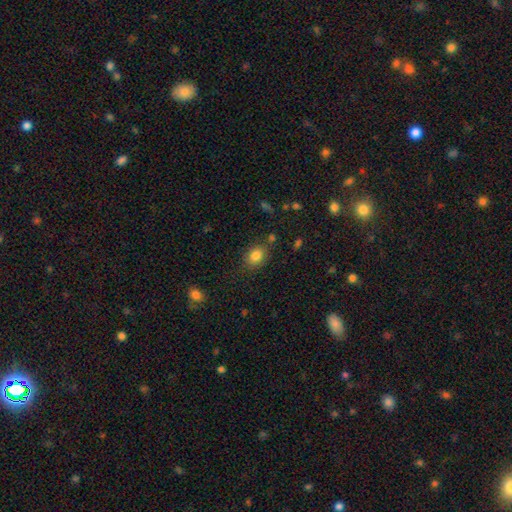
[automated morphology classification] Smooth or featured?
  - smooth: 82% *
  - star or artifact: 11%
  - featured or disk: 7%
How rounded?
  - in between: 52% *
  - round: 47%
  - cigar-shaped: 1%
Merging?
  - none: 78% *
  - minor disturbance: 14%
  - merger: 4%
  - major disturbance: 4%